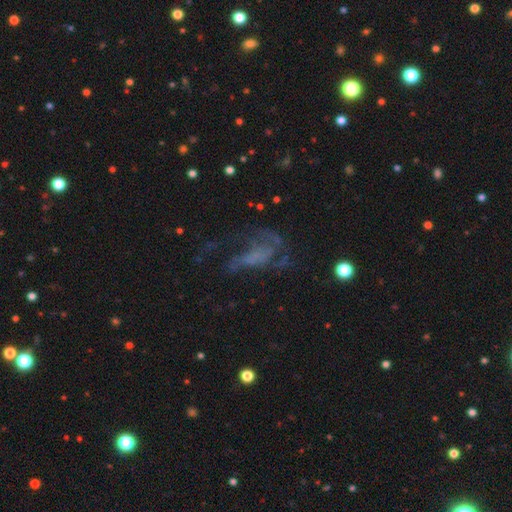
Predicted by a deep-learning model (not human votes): Morphology: type=featured or disk (58%); edge-on=no (94%); bar=no (74%); spiral arms=yes (55%); bulge=none (68%); merging=major disturbance (45%).